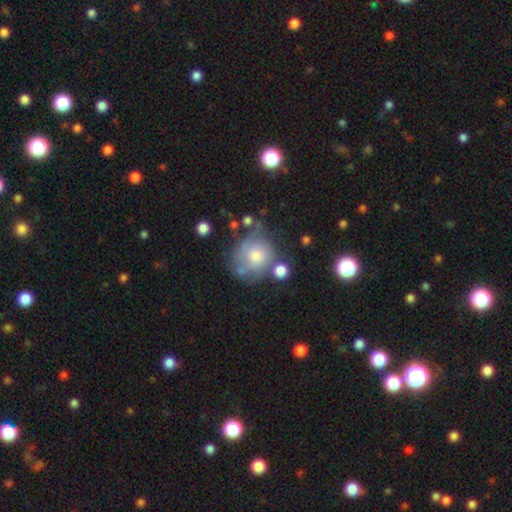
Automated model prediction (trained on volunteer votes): The model was most divided on "merging": none: 47%, minor disturbance: 24%, major disturbance: 16%, merger: 13%. More confident: how rounded — round (85%); smooth or featured — smooth (58%).